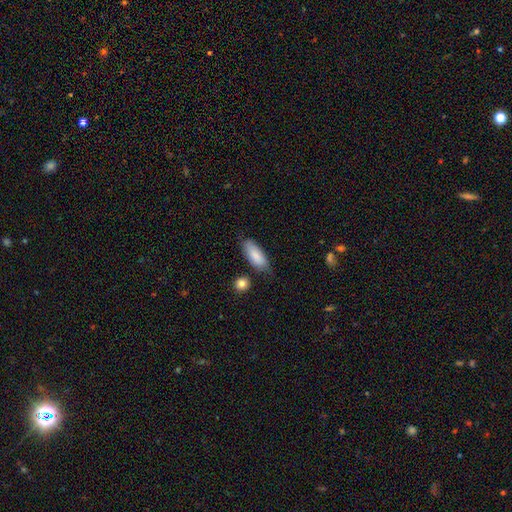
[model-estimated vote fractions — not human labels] Overall: smooth (84%). How rounded: in between (80%). Merging: none (72%).